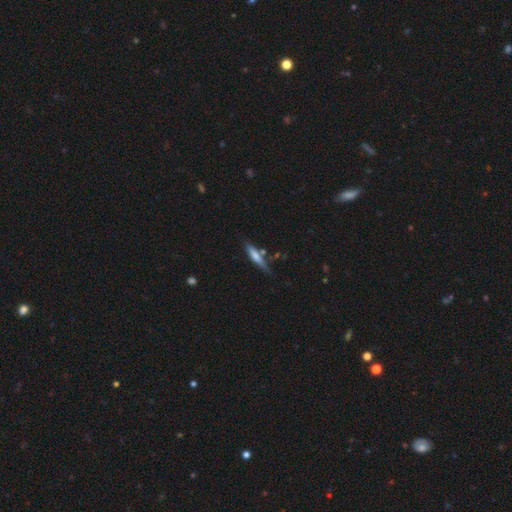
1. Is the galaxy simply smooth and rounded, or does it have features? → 69% smooth, 31% featured or disk, 0% star or artifact.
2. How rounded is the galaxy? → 80% cigar-shaped, 20% in between, 0% round.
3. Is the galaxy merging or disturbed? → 61% none, 28% minor disturbance, 8% merger, 3% major disturbance.